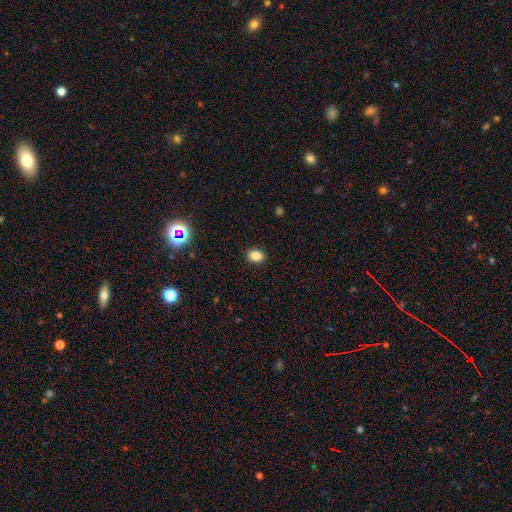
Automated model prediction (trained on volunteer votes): Smooth or featured?
  - smooth: 85% *
  - star or artifact: 10%
  - featured or disk: 5%
How rounded?
  - in between: 77% *
  - round: 22%
  - cigar-shaped: 1%
Merging?
  - none: 90% *
  - minor disturbance: 7%
  - major disturbance: 2%
  - merger: 1%